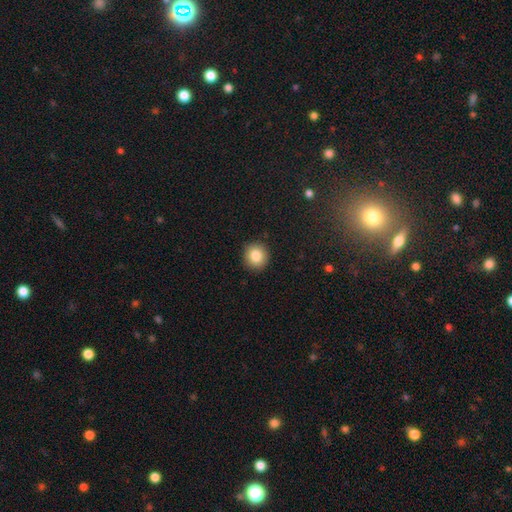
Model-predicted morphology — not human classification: This is clearly a smooth galaxy (83%). How rounded: clearly round (91%). Merging: clearly none (91%).